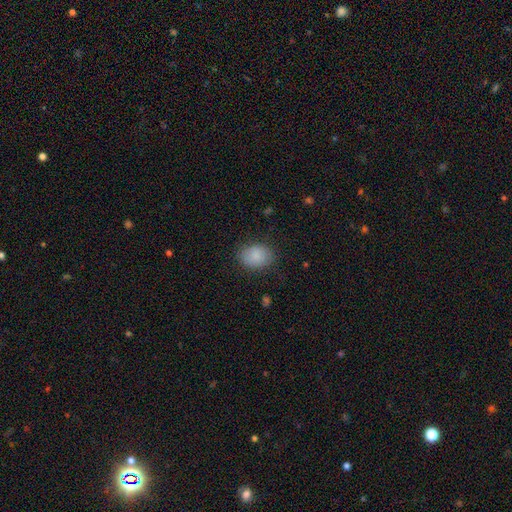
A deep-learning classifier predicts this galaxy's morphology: The model was most divided on "how rounded": in between: 61%, round: 38%, cigar-shaped: 1%. More confident: smooth or featured — smooth (87%); merging — none (82%).